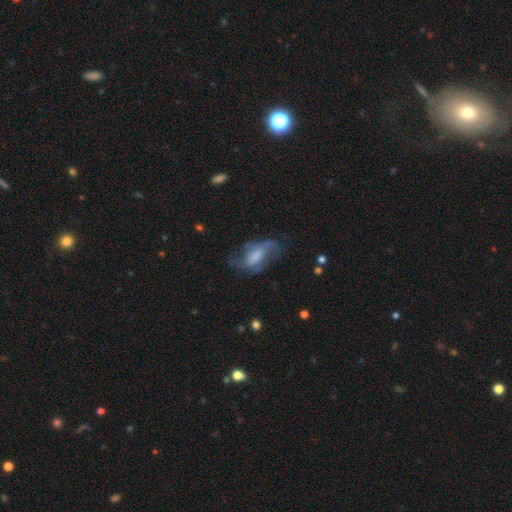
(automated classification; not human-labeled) Q: Smooth or featured?
A: featured or disk (54%); runner-up: smooth (37%)
Q: Edge-on disk?
A: no (92%); runner-up: yes (8%)
Q: Merging?
A: none (45%); runner-up: major disturbance (28%)